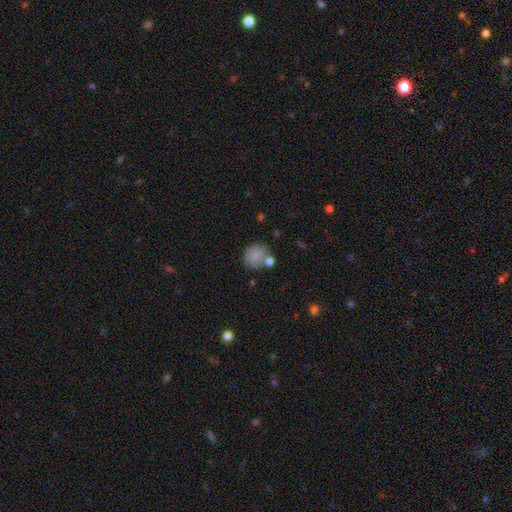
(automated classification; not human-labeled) Q: Smooth or featured?
A: smooth (82%); runner-up: star or artifact (9%)
Q: How rounded?
A: round (84%); runner-up: in between (15%)
Q: Merging?
A: none (70%); runner-up: minor disturbance (13%)